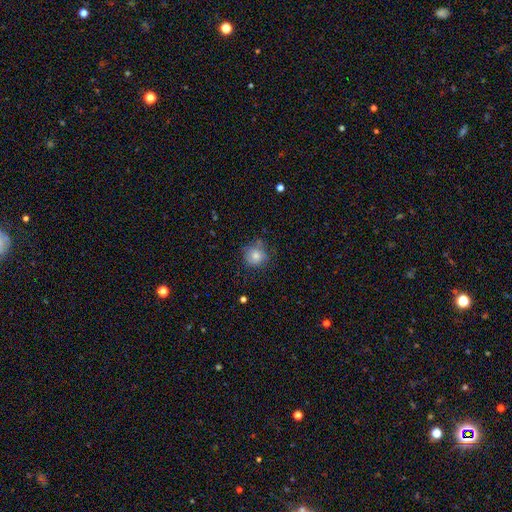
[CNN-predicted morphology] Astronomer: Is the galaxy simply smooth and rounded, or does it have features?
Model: smooth — 72%.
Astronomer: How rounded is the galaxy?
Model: round — 89%.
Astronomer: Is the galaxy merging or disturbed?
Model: none — 71%.